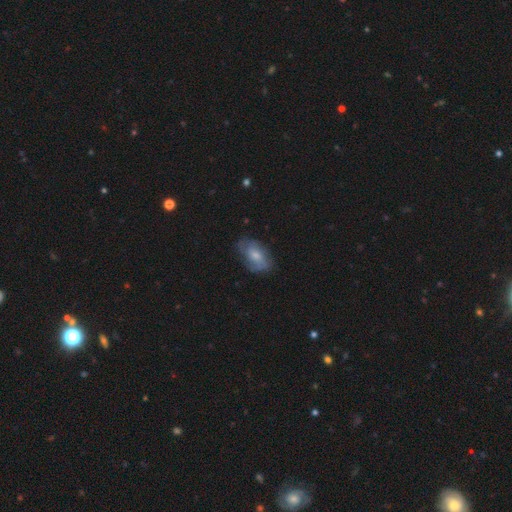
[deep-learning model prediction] Smooth or featured? Predicted: smooth (p=0.51). How rounded? Predicted: in between (p=0.90). Merging? Predicted: none (p=0.63).